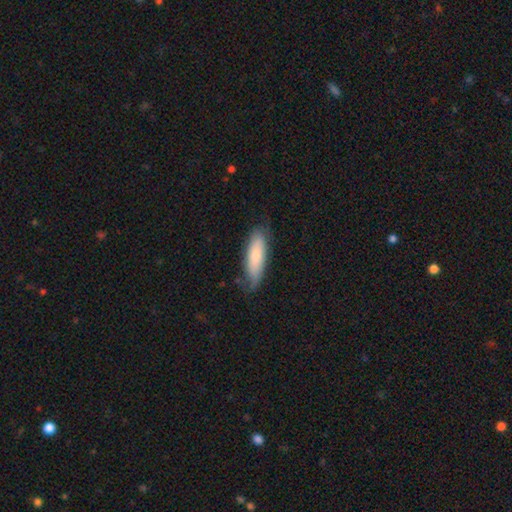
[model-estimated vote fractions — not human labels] Morphology: type=smooth (76%); roundness=cigar-shaped (50%); merging=none (69%).